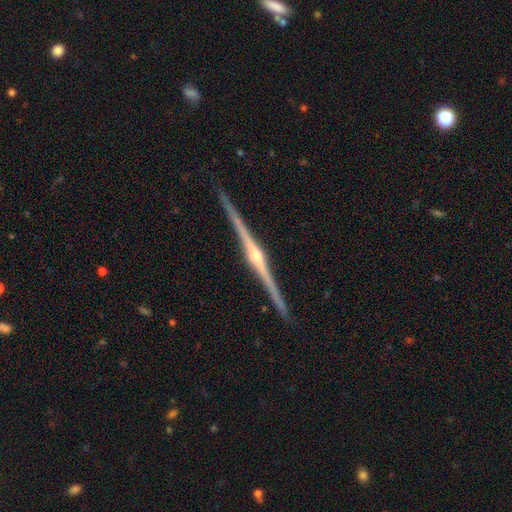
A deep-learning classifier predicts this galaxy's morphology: Smooth or featured: featured or disk — 91% (smooth — 5%)
Edge-on disk: yes — 99% (no — 1%)
Edge-on bulge: rounded — 87% (boxy — 7%)
Merging: none — 93% (minor disturbance — 5%)